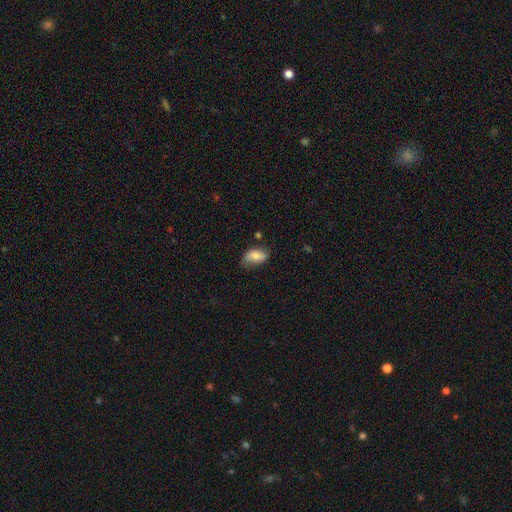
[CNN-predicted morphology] Q: Smooth or featured?
A: smooth (71%); runner-up: featured or disk (22%)
Q: How rounded?
A: in between (92%); runner-up: round (6%)
Q: Merging?
A: none (63%); runner-up: minor disturbance (28%)